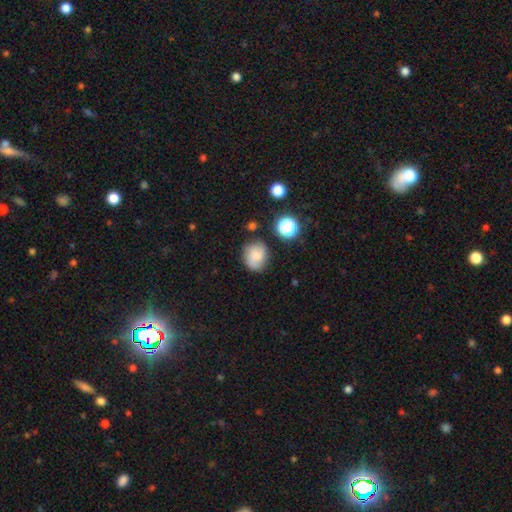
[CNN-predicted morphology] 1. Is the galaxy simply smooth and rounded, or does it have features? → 63% smooth, 25% featured or disk, 12% star or artifact.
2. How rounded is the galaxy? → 64% round, 35% in between, 1% cigar-shaped.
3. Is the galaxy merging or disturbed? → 71% none, 19% minor disturbance, 6% major disturbance, 4% merger.